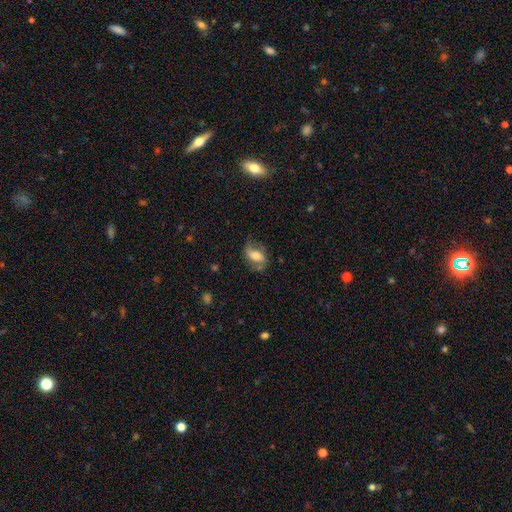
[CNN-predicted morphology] type=featured or disk (51%); edge-on=no (92%); merging=none (63%).